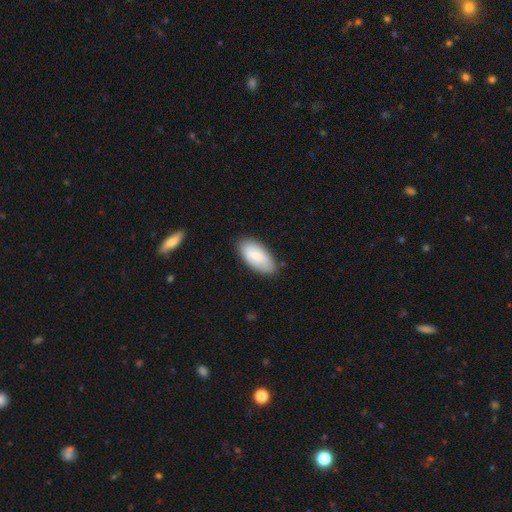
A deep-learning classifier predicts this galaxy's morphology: A smooth galaxy with no disk features (78%) that is in between round and cigar-shaped (93%).

Vote fractions:
- Smooth or featured? smooth: 78% / featured or disk: 17% / star or artifact: 6%
- How rounded? in between: 93% / cigar-shaped: 5% / round: 2%
- Merging? none: 81% / minor disturbance: 15% / major disturbance: 3% / merger: 1%